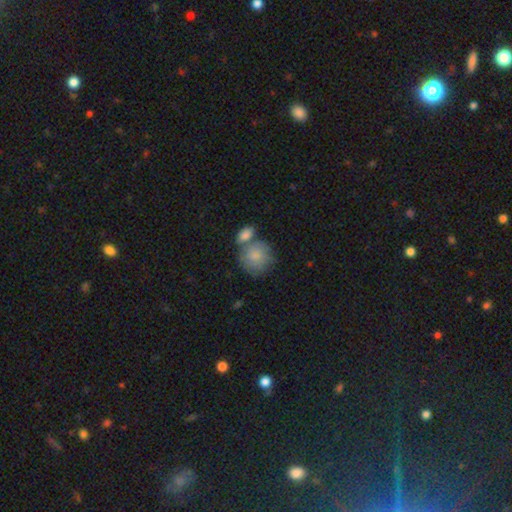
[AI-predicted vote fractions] This is clearly a smooth galaxy (82%). How rounded: clearly round (82%). Merging: marginally none (44%).